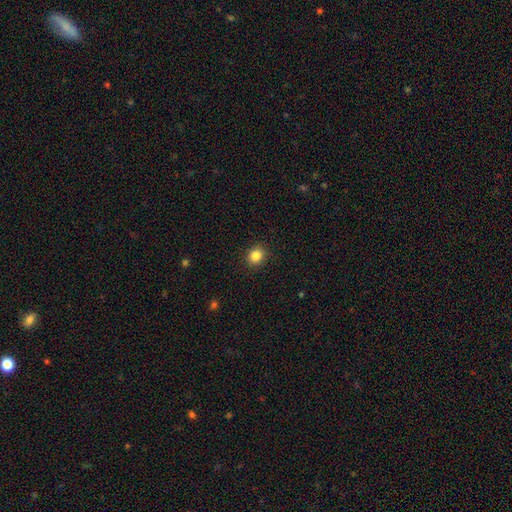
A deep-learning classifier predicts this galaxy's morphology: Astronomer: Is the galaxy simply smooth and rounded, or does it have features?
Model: smooth — 85%.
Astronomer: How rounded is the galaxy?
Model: round — 78%.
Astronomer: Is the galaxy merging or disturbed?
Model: none — 90%.